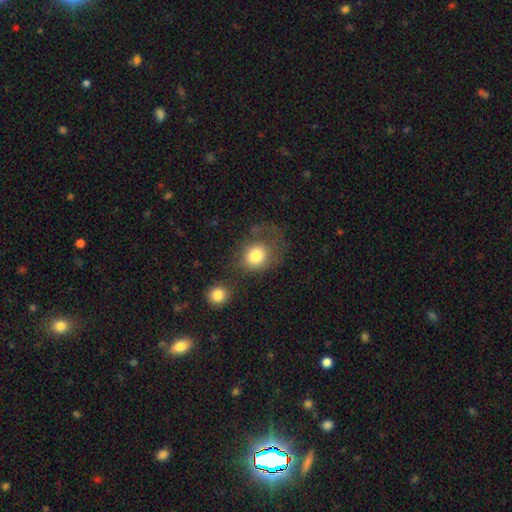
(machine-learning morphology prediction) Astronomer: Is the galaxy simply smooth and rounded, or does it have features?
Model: smooth — 80%.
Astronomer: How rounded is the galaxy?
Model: round — 61% (runner-up: in between, 38%).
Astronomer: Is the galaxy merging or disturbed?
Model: none — 46%.